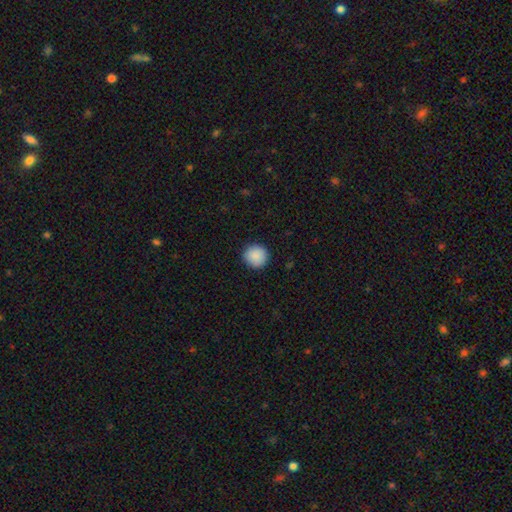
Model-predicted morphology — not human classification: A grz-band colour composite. It shows a smooth galaxy with no disk features (90%) that is round (95%). Merging: none (92%).